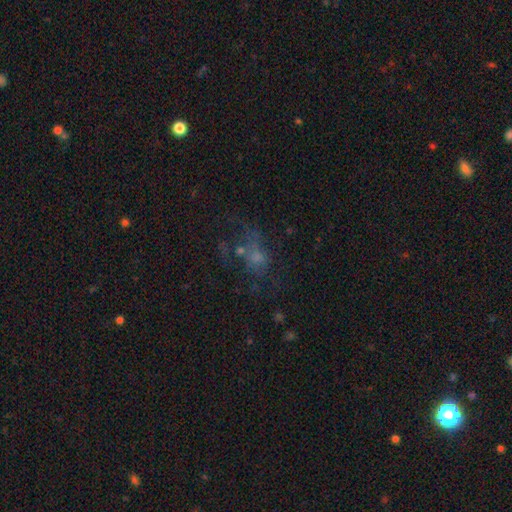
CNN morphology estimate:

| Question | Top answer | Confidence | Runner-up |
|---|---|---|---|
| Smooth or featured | featured or disk | 37% | smooth (36%) |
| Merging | none | 36% | major disturbance (33%) |